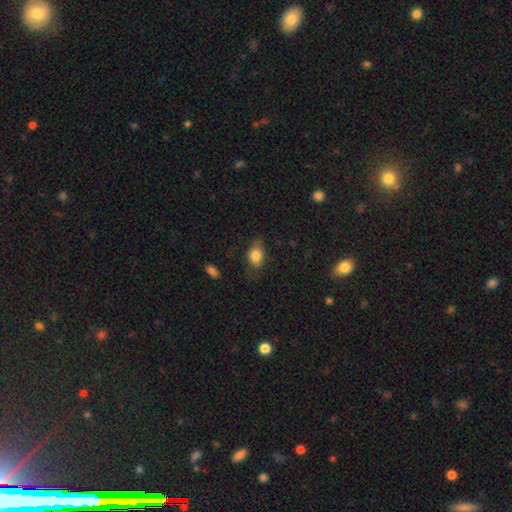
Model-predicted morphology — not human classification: The model was most divided on "merging": none: 66%, minor disturbance: 24%, major disturbance: 8%, merger: 1%. More confident: smooth or featured — smooth (81%); how rounded — in between (78%).